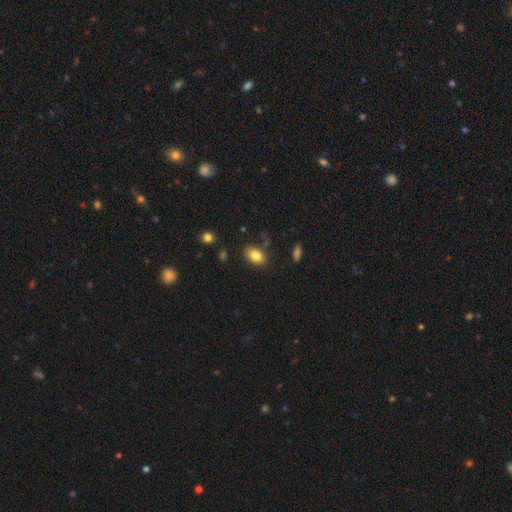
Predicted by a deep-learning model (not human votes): Smooth or featured? Predicted: smooth (p=0.82). How rounded? Predicted: in between (p=0.85). Merging? Predicted: none (p=0.79).